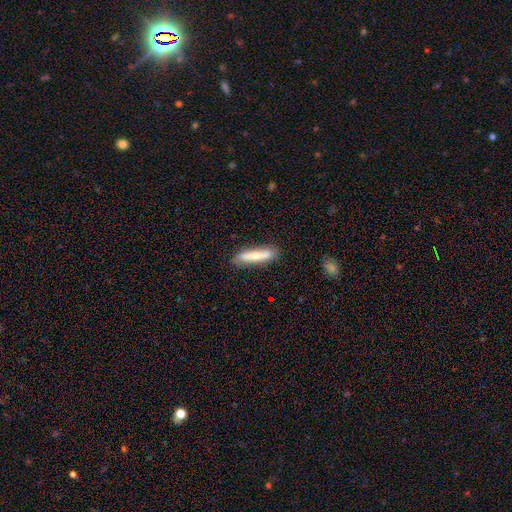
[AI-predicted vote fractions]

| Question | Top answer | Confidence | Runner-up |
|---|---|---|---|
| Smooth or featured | smooth | 71% | featured or disk (23%) |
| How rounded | cigar-shaped | 84% | in between (15%) |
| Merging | none | 81% | minor disturbance (14%) |